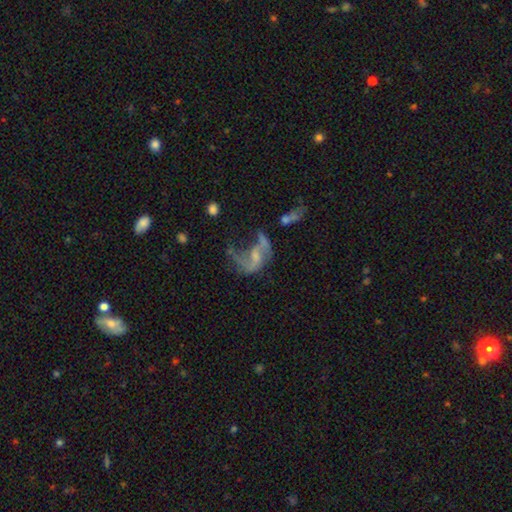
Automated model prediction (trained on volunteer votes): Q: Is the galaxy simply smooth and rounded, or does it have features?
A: featured or disk — 71%.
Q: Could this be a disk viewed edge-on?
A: no — 97%.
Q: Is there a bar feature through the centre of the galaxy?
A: no — 52%.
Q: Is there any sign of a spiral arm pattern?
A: yes — 68%.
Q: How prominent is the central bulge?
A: small — 43%.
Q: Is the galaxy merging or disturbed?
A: major disturbance — 42%.